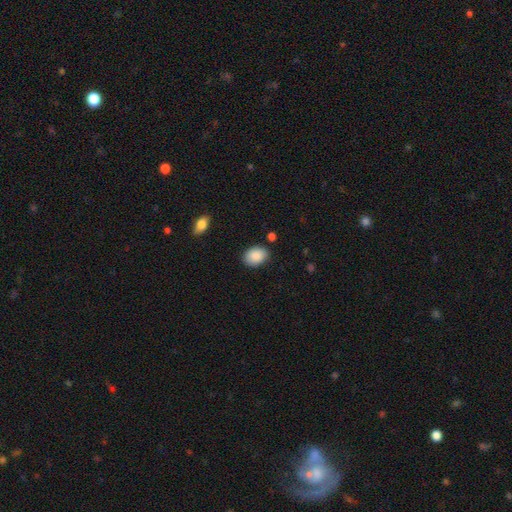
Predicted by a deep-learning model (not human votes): A smooth galaxy with no disk features (89%) that is in between round and cigar-shaped (77%).

Vote fractions:
- Smooth or featured? smooth: 89% / star or artifact: 7% / featured or disk: 4%
- How rounded? in between: 77% / round: 22% / cigar-shaped: 1%
- Merging? none: 83% / minor disturbance: 12% / major disturbance: 3% / merger: 2%